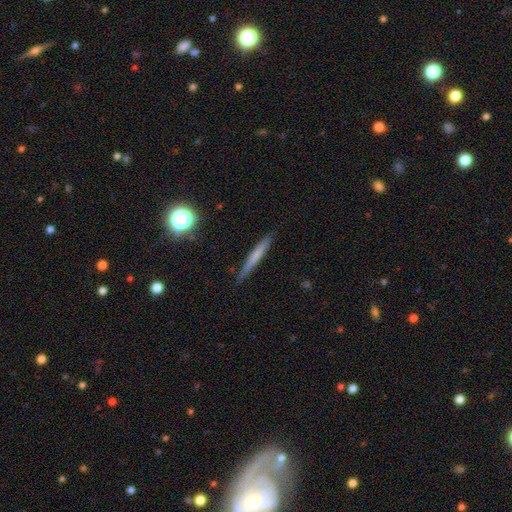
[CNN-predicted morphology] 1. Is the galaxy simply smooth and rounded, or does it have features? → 56% smooth, 36% featured or disk, 8% star or artifact.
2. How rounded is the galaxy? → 95% cigar-shaped, 3% in between, 2% round.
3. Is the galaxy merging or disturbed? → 88% none, 9% minor disturbance, 2% major disturbance, 1% merger.